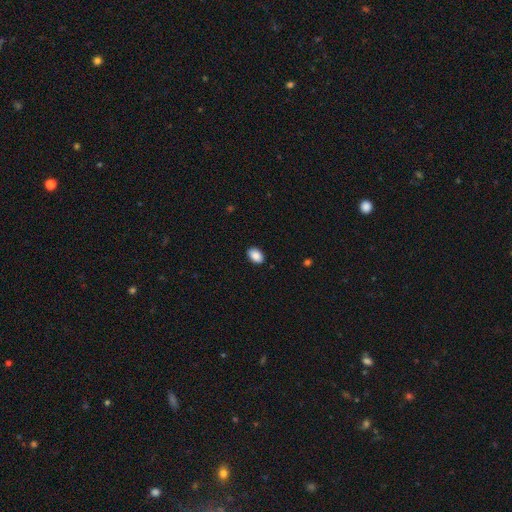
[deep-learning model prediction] This appears to be a smooth galaxy with no disk features (89%) that is in between round and cigar-shaped (86%). Merging: none (90%).